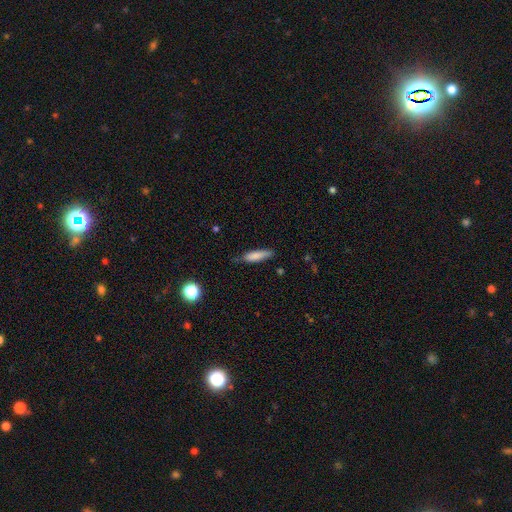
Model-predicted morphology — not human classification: smooth_or_featured: smooth (p=0.82) [alt: featured or disk p=0.12]
how_rounded: cigar-shaped (p=0.70) [alt: in between p=0.29]
merging: none (p=0.70) [alt: minor disturbance p=0.24]